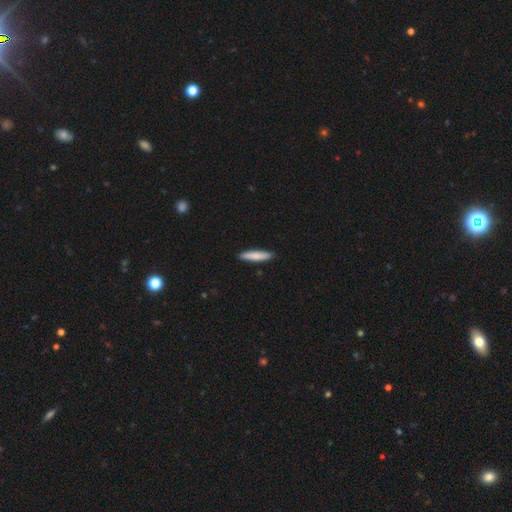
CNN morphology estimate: smooth 79%, featured or disk 16%, star or artifact 5%. Down the decision tree: how rounded — cigar-shaped (89%); merging — none (90%).